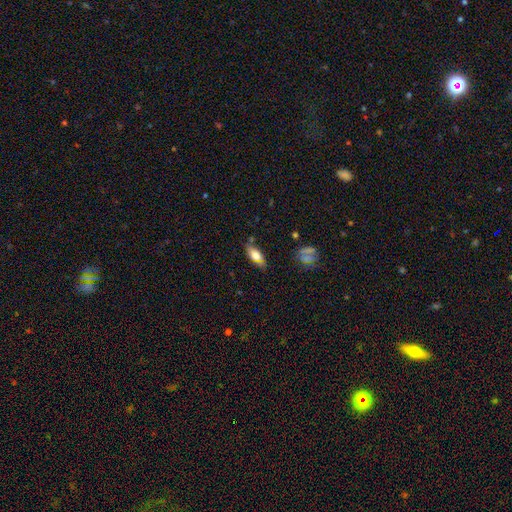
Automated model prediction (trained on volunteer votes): Smooth or featured?
  - smooth: 69% *
  - featured or disk: 23%
  - star or artifact: 8%
How rounded?
  - in between: 78% *
  - cigar-shaped: 19%
  - round: 3%
Merging?
  - none: 71% *
  - minor disturbance: 20%
  - major disturbance: 5%
  - merger: 4%